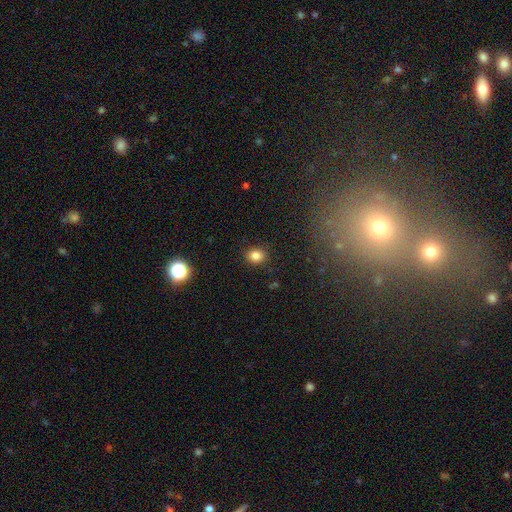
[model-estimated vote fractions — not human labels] Q: Smooth or featured?
A: smooth (83%); runner-up: star or artifact (12%)
Q: How rounded?
A: round (60%); runner-up: in between (39%)
Q: Merging?
A: none (88%); runner-up: minor disturbance (9%)